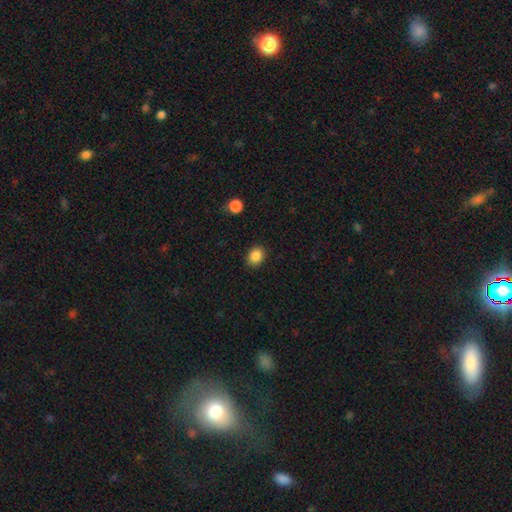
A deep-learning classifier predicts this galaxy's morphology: This is clearly a smooth galaxy (87%). How rounded: possibly round (52%). Merging: clearly none (86%).